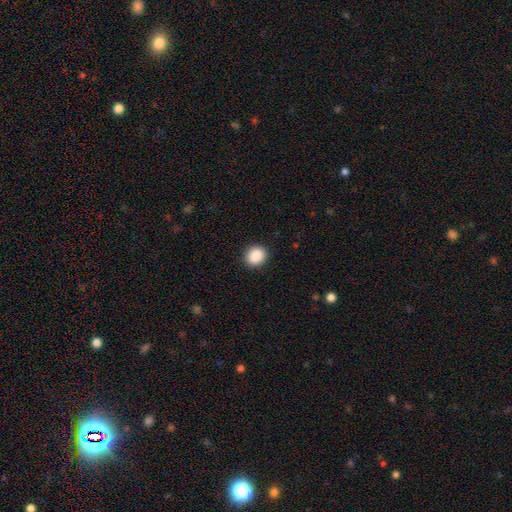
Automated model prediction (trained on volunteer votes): A smooth galaxy with no disk features (89%) that is round (70%). Merging: none (89%).